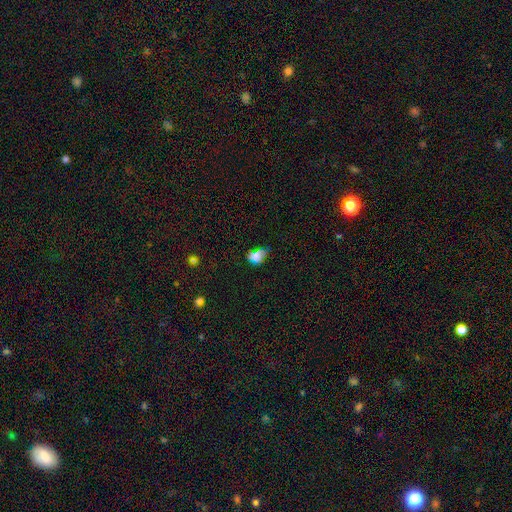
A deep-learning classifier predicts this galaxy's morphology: smooth-or-featured: smooth: 55% | star or artifact: 37% | featured or disk: 9%
  how-rounded: in between: 65% | round: 29% | cigar-shaped: 6%
  merging: none: 65% | minor disturbance: 18% | major disturbance: 10% | merger: 7%